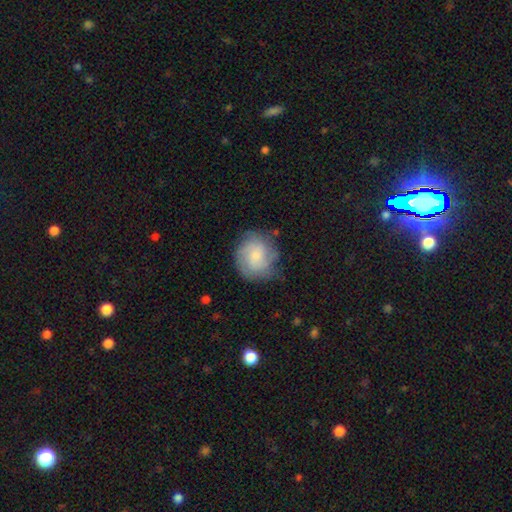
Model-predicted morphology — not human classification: Smooth or featured? smooth (52%)
How rounded? round (82%)
Merging? none (67%)